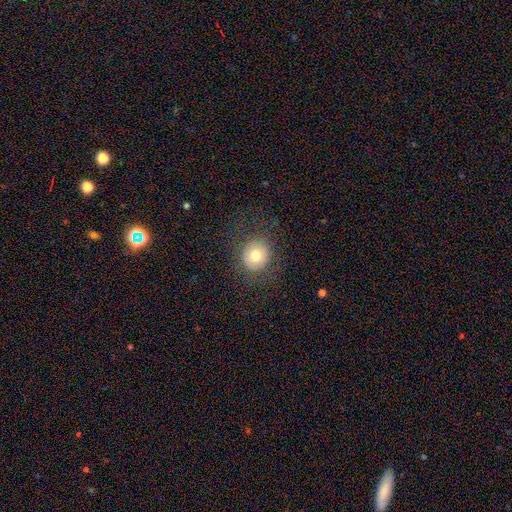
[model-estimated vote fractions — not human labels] Smooth or featured: smooth — 72% (featured or disk — 17%)
How rounded: round — 88% (in between — 11%)
Merging: none — 83% (minor disturbance — 10%)